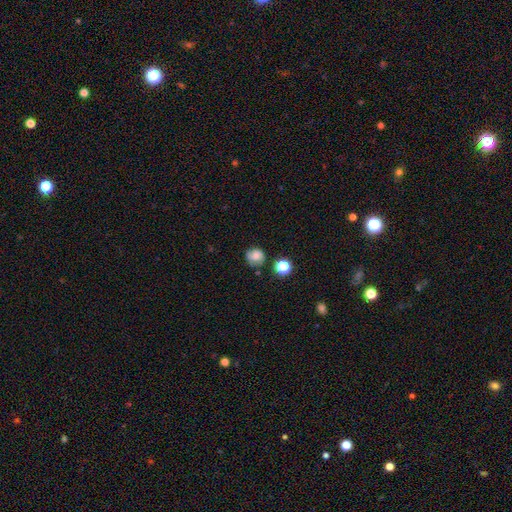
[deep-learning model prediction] smooth 73%, featured or disk 15%, star or artifact 13%. Down the decision tree: how rounded — round (81%); merging — none (63%).